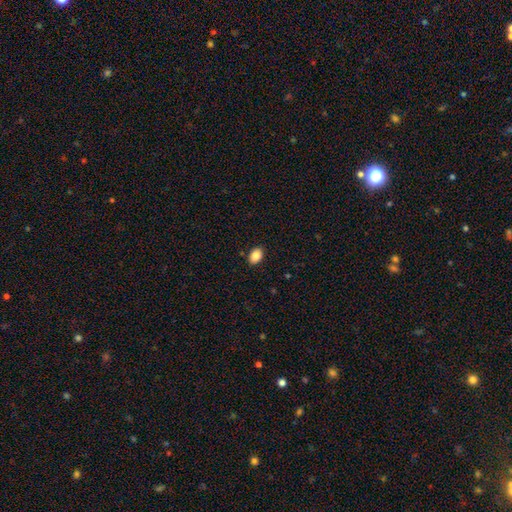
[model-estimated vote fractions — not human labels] This is clearly a smooth galaxy (87%). How rounded: clearly in between (83%). Merging: clearly none (89%).